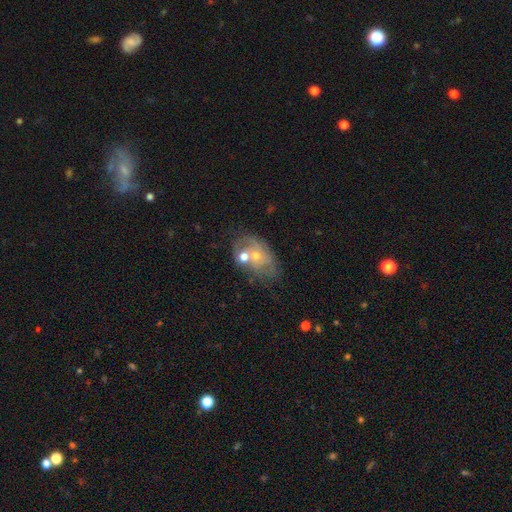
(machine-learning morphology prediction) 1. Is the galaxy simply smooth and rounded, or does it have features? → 59% featured or disk, 29% smooth, 11% star or artifact.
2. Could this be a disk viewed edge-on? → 96% no, 4% yes.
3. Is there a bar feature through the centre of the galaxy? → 81% no, 16% weak, 3% strong.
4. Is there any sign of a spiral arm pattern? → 57% yes, 43% no.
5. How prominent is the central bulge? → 54% small, 39% moderate, 3% none, 2% large, 1% dominant.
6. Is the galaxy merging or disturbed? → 38% none, 27% merger, 20% minor disturbance, 14% major disturbance.